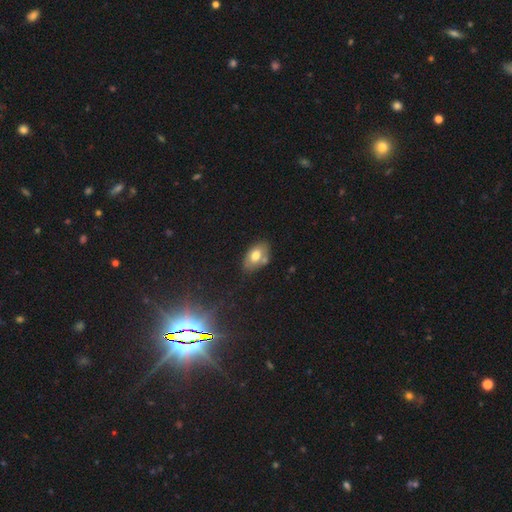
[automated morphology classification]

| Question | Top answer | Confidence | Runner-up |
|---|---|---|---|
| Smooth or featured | smooth | 71% | featured or disk (20%) |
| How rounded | in between | 90% | round (9%) |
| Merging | none | 61% | minor disturbance (18%) |